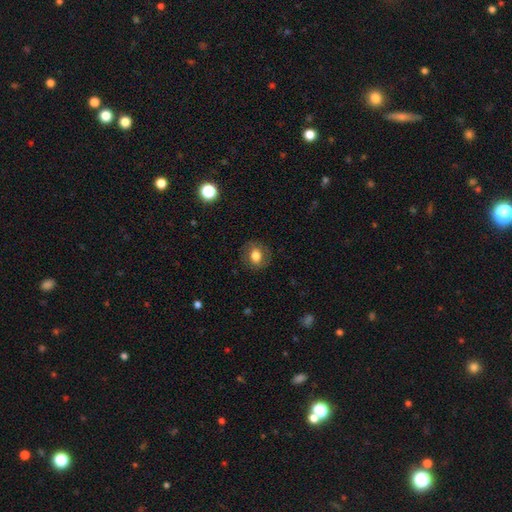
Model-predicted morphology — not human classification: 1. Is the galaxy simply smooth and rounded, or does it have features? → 70% smooth, 21% featured or disk, 9% star or artifact.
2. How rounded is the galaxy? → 66% round, 33% in between, 1% cigar-shaped.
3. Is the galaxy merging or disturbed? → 82% none, 12% minor disturbance, 5% major disturbance, 1% merger.